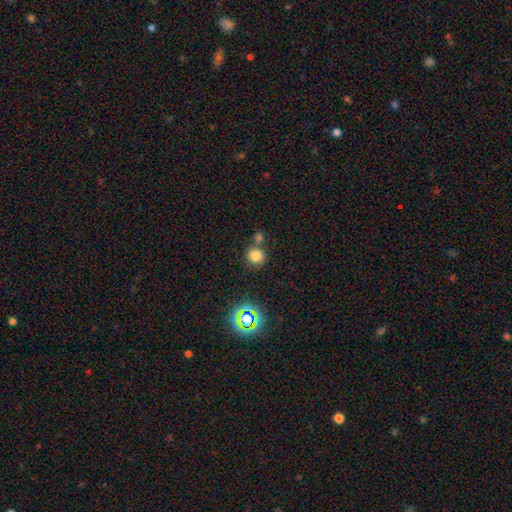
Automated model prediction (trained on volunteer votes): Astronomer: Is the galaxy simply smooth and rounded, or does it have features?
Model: smooth — 77%.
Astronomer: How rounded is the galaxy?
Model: round — 91%.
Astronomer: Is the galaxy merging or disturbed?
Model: none — 67%.